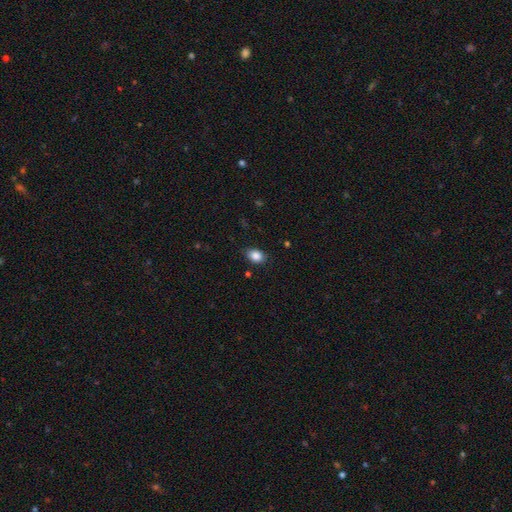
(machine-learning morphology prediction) Smooth or featured? Predicted: smooth (p=0.86). How rounded? Predicted: in between (p=0.73). Merging? Predicted: none (p=0.80).